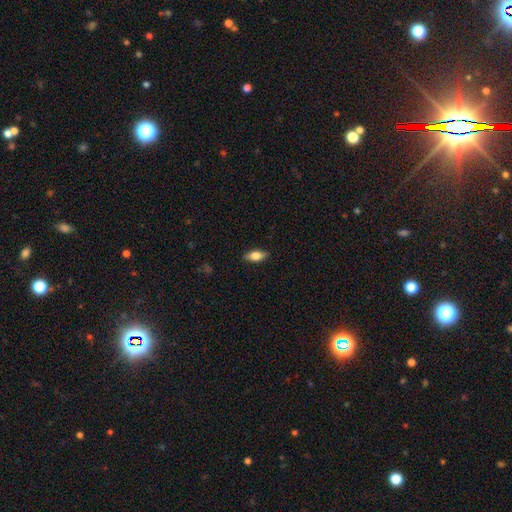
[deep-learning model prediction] Overall: smooth (74%). How rounded: in between (82%). Merging: none (88%).